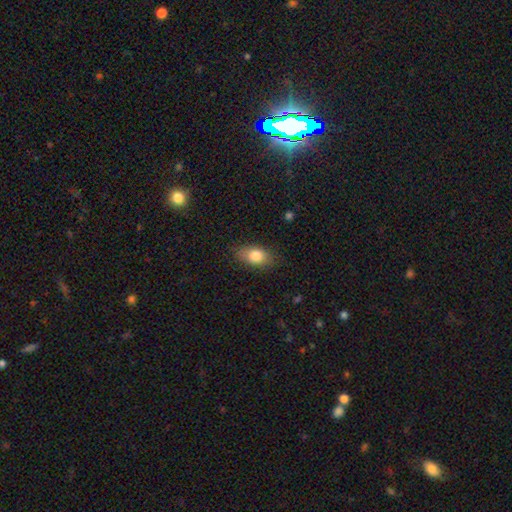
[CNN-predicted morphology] Q: Smooth or featured?
A: smooth (81%); runner-up: featured or disk (11%)
Q: How rounded?
A: in between (86%); runner-up: round (11%)
Q: Merging?
A: none (80%); runner-up: minor disturbance (16%)